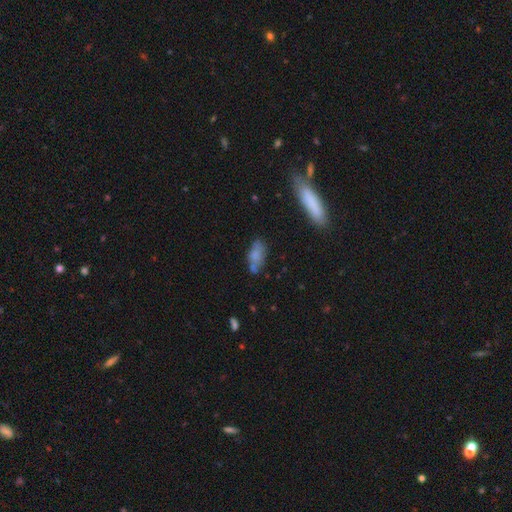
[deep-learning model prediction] Morphology: type=smooth (71%); roundness=in between (79%); merging=none (56%).